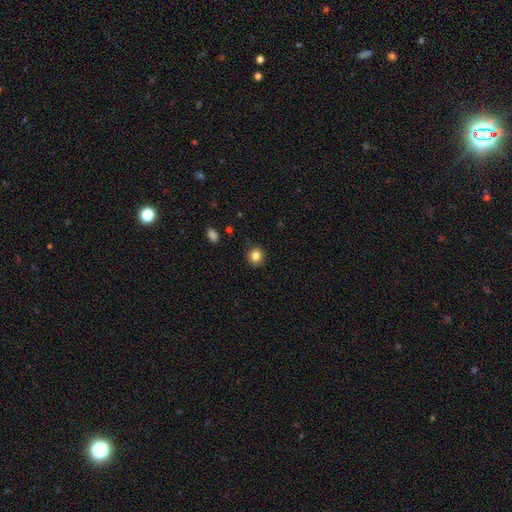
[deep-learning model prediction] A smooth galaxy with no disk features (84%) that is round (90%).

Vote fractions:
- Smooth or featured? smooth: 84% / star or artifact: 11% / featured or disk: 5%
- How rounded? round: 90% / in between: 9% / cigar-shaped: 1%
- Merging? none: 90% / minor disturbance: 7% / major disturbance: 2% / merger: 1%